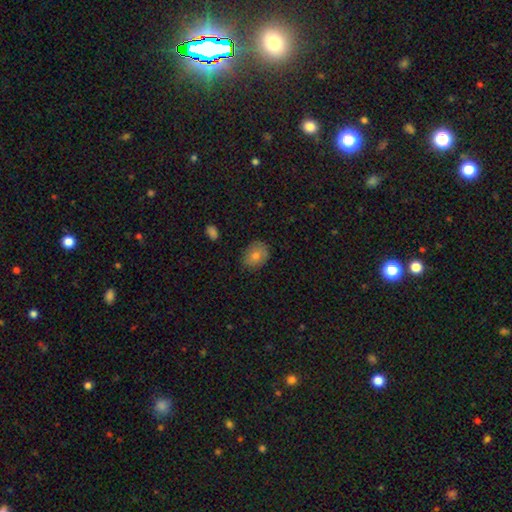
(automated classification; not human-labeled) smooth 75%, featured or disk 15%, star or artifact 11%. Down the decision tree: how rounded — in between (55%); merging — none (81%).